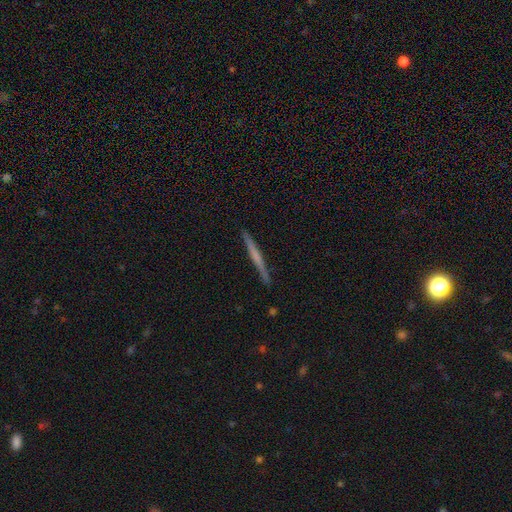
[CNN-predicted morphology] type=featured or disk (56%); edge-on=yes (98%); edge-on bulge=none (67%); merging=none (92%).